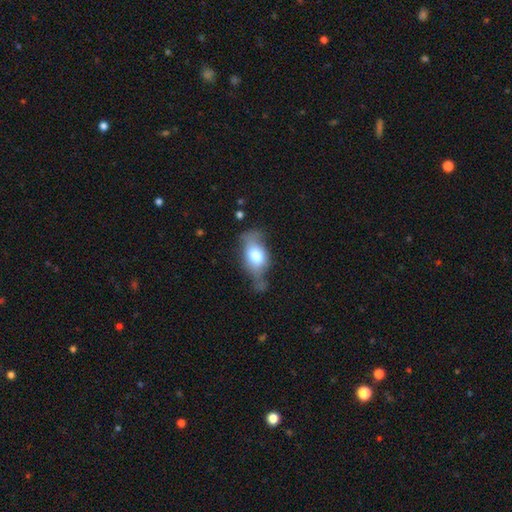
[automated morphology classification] Overall: smooth (61%; featured or disk 31%). How rounded: in between (85%). Merging: none (37%; minor disturbance 33%).